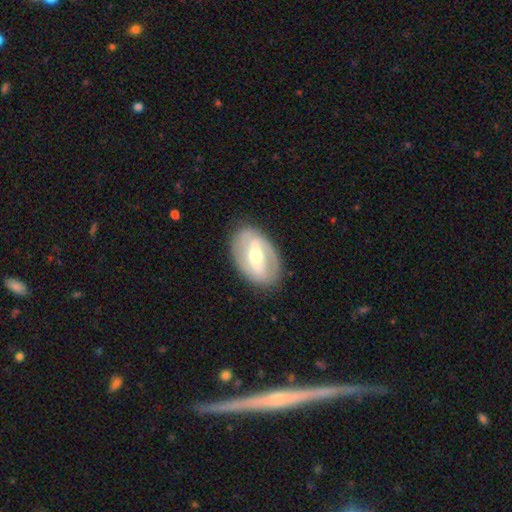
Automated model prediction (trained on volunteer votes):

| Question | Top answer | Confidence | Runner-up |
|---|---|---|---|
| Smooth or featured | featured or disk | 72% | smooth (22%) |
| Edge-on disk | no | 92% | yes (8%) |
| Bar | strong | 56% | weak (29%) |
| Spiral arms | yes | 54% | no (46%) |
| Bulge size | moderate | 64% | small (29%) |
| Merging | none | 83% | minor disturbance (12%) |